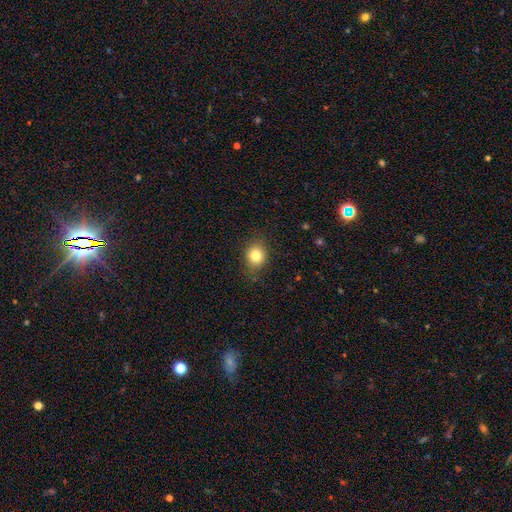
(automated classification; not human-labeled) smooth-or-featured: smooth: 81% | star or artifact: 11% | featured or disk: 8%
  how-rounded: round: 68% | in between: 31% | cigar-shaped: 1%
  merging: none: 82% | minor disturbance: 13% | major disturbance: 3% | merger: 1%